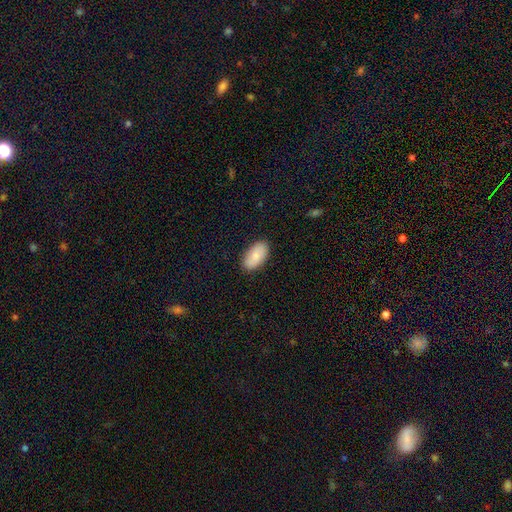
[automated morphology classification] Q: Smooth or featured?
A: smooth (82%); runner-up: featured or disk (12%)
Q: How rounded?
A: in between (94%); runner-up: cigar-shaped (3%)
Q: Merging?
A: none (87%); runner-up: minor disturbance (10%)